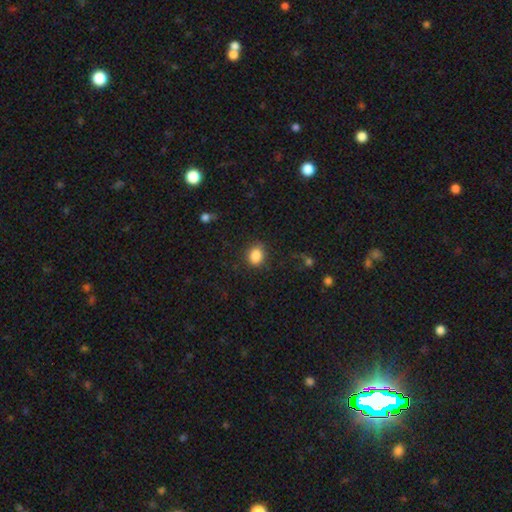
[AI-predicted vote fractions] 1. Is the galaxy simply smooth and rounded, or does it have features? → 87% smooth, 9% star or artifact, 4% featured or disk.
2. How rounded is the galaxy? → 55% round, 44% in between, 1% cigar-shaped.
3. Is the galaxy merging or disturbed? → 82% none, 12% minor disturbance, 4% major disturbance, 1% merger.